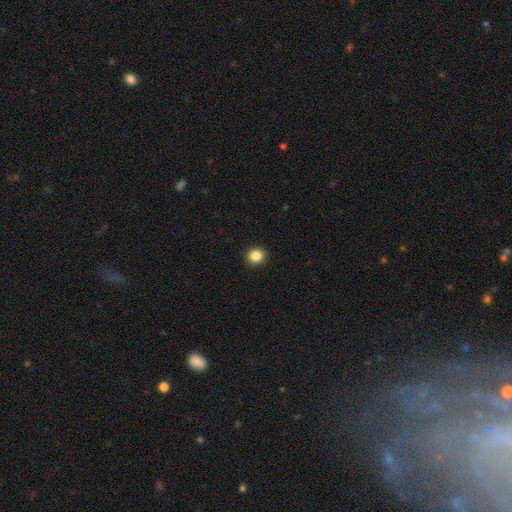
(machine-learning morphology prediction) Overall: smooth (86%). How rounded: round (83%). Merging: none (93%).